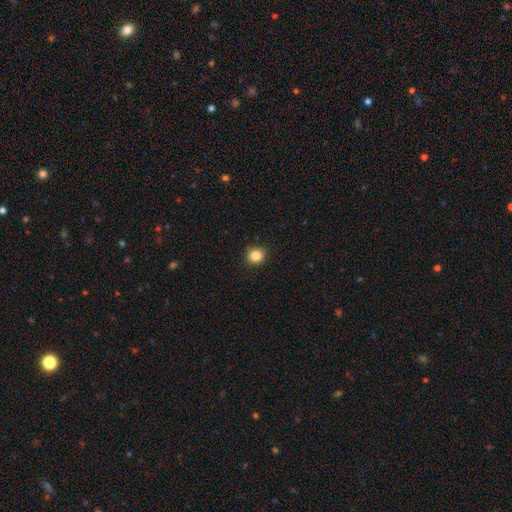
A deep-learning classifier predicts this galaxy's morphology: type=smooth (85%); roundness=round (85%); merging=none (91%).